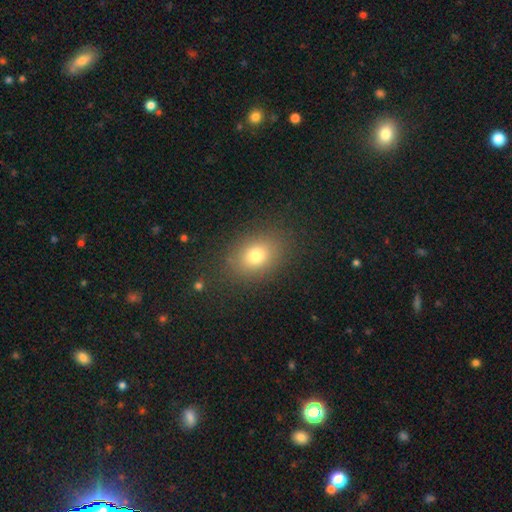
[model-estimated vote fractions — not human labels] This is likely a smooth galaxy (77%). How rounded: likely in between (68%). Merging: clearly none (84%).